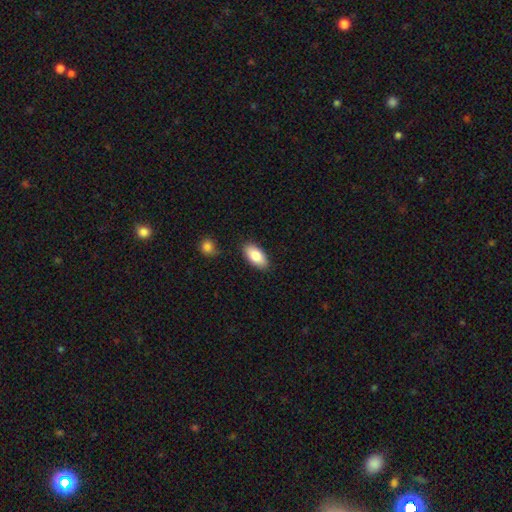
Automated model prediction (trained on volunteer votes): A smooth galaxy with no disk features (84%) that is in between round and cigar-shaped (92%). Merging: none (86%).